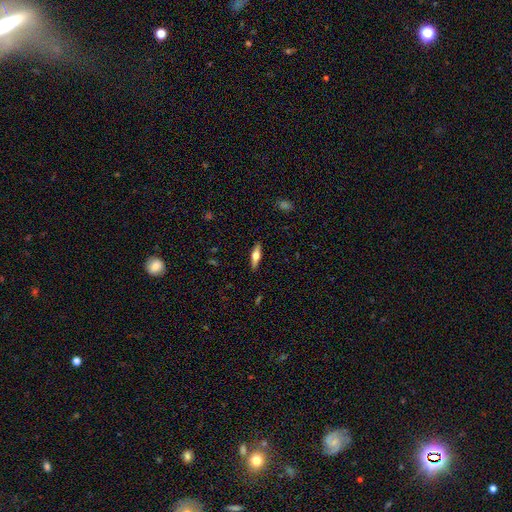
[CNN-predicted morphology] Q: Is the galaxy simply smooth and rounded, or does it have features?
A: smooth — 52%.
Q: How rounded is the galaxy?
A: cigar-shaped — 58%.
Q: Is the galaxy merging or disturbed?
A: none — 89%.